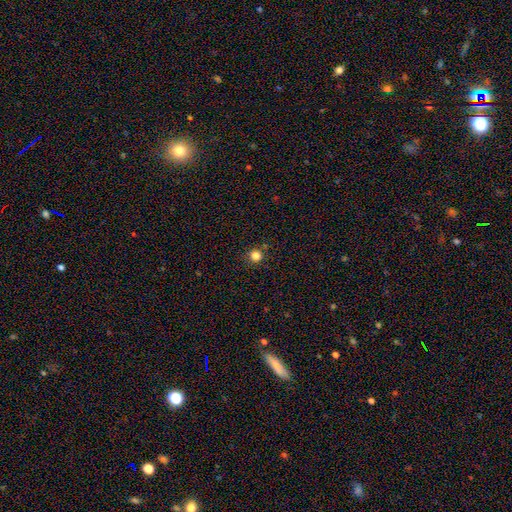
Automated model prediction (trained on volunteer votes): Morphology: type=smooth (82%); roundness=round (92%); merging=none (86%).